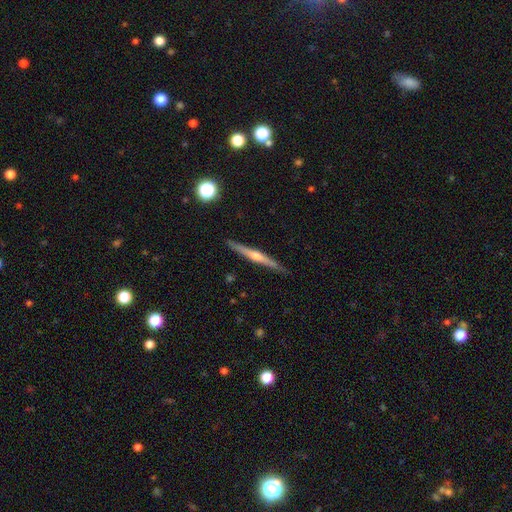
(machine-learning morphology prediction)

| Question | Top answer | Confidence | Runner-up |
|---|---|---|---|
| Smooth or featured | featured or disk | 72% | smooth (22%) |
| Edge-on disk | yes | 98% | no (2%) |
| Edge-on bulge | rounded | 82% | none (12%) |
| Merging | none | 90% | minor disturbance (8%) |